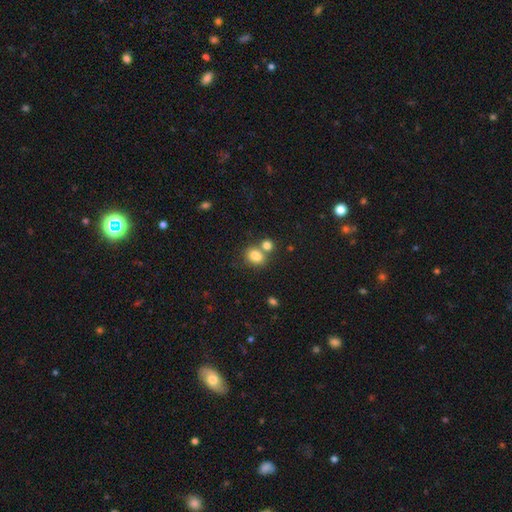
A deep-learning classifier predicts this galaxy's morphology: This appears to be a smooth galaxy with no disk features (81%) that is in between round and cigar-shaped (60%). Merging: none (45%).